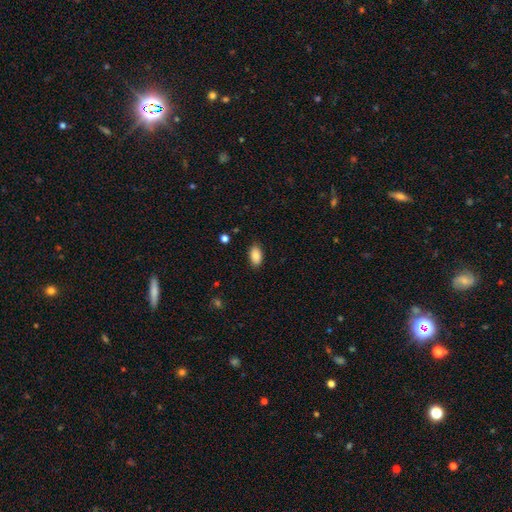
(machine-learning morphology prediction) Smooth or featured? smooth (87%)
How rounded? in between (93%)
Merging? none (86%)